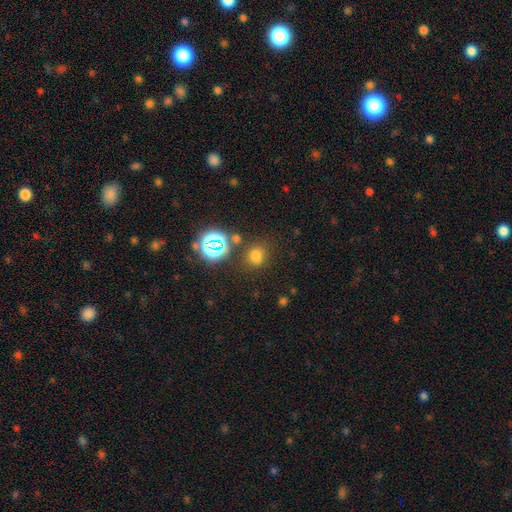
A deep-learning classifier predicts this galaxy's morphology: smooth-or-featured: smooth: 67% | star or artifact: 26% | featured or disk: 7%
  how-rounded: round: 65% | in between: 33% | cigar-shaped: 1%
  merging: none: 74% | minor disturbance: 12% | merger: 9% | major disturbance: 5%